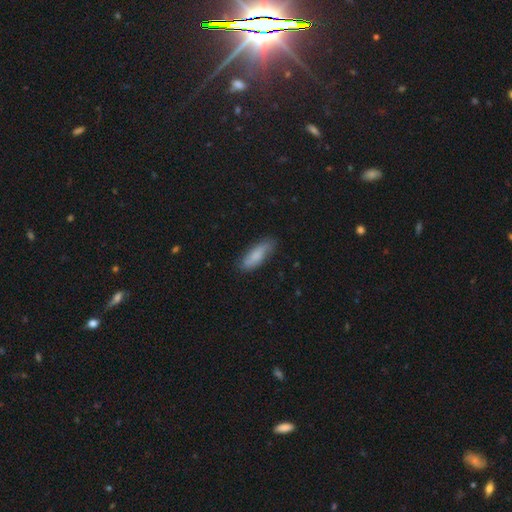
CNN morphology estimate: Overall: smooth (76%). How rounded: in between (59%; cigar-shaped 39%). Merging: none (76%).